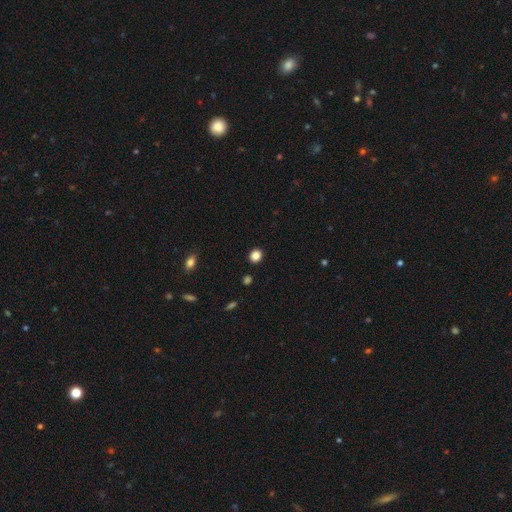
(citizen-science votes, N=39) This is clearly a smooth galaxy (82%). How rounded: likely round (78%). Merging: clearly none (91%).